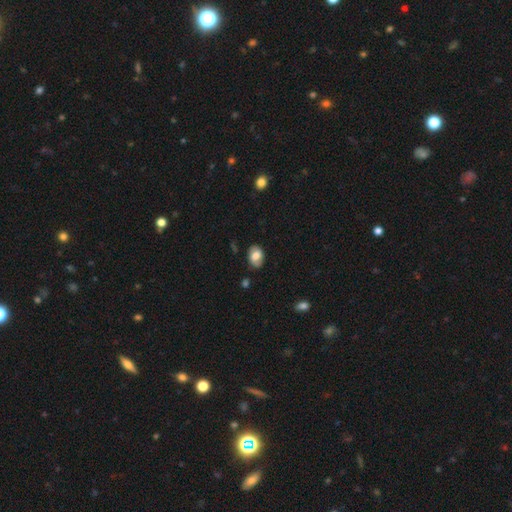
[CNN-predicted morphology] smooth-or-featured: smooth: 68% | featured or disk: 25% | star or artifact: 8%
  how-rounded: in between: 83% | round: 16% | cigar-shaped: 1%
  merging: none: 76% | minor disturbance: 18% | major disturbance: 4% | merger: 2%